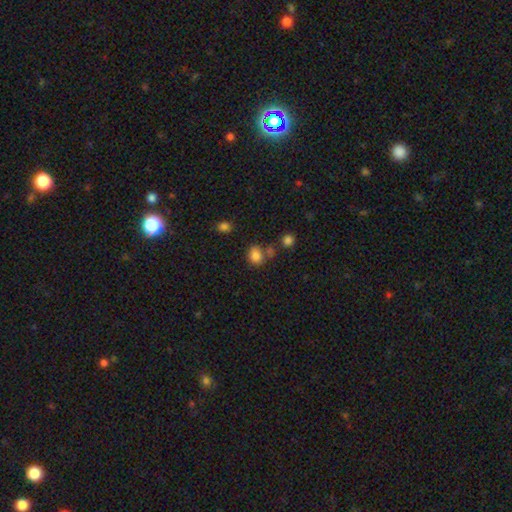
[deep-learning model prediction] Smooth or featured: smooth — 82% (star or artifact — 13%)
How rounded: round — 55% (in between — 44%)
Merging: none — 63% (minor disturbance — 16%)